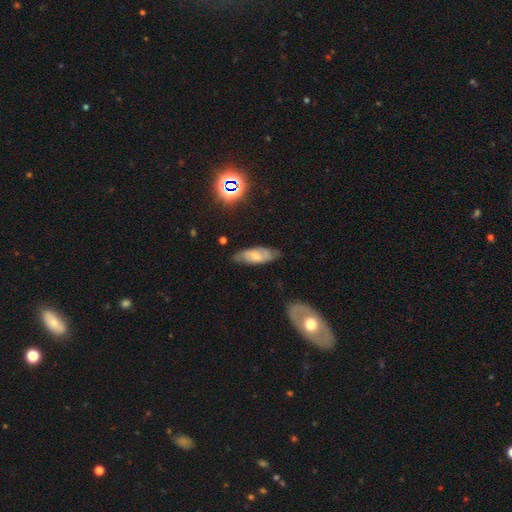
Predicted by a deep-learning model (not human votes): featured or disk 52%, smooth 39%, star or artifact 9%. Down the decision tree: edge-on disk — no (82%); merging — none (73%).